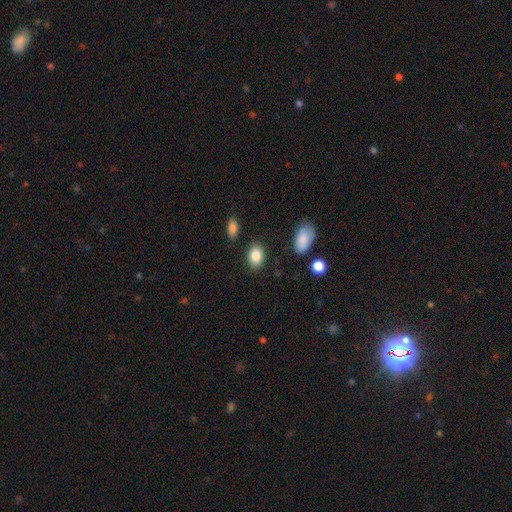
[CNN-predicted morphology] This is clearly a smooth galaxy (86%). How rounded: clearly in between (81%). Merging: clearly none (86%).